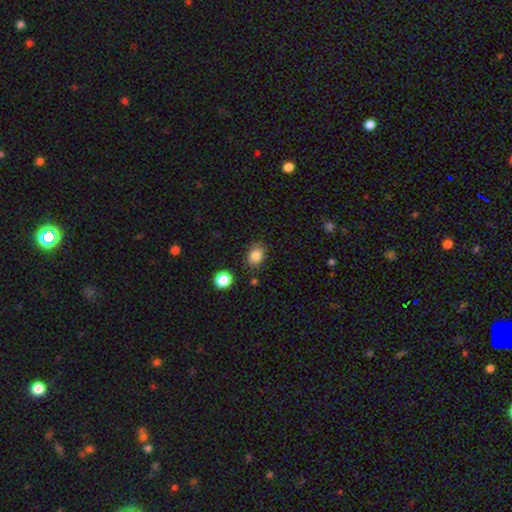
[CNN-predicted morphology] Smooth or featured? Predicted: smooth (p=0.85). How rounded? Predicted: in between (p=0.56). Merging? Predicted: none (p=0.80).